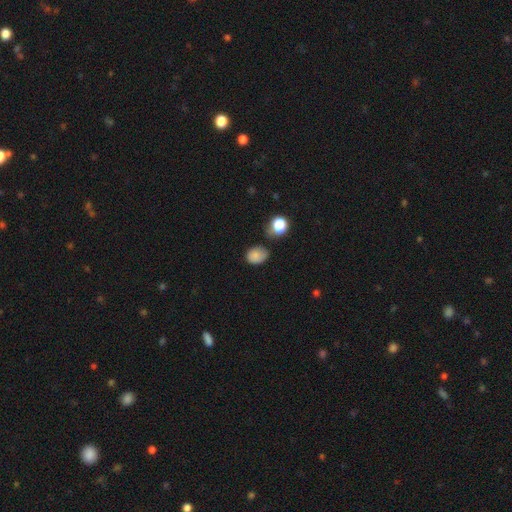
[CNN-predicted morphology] This is clearly a smooth galaxy (82%). How rounded: possibly in between (55%). Merging: possibly none (55%).